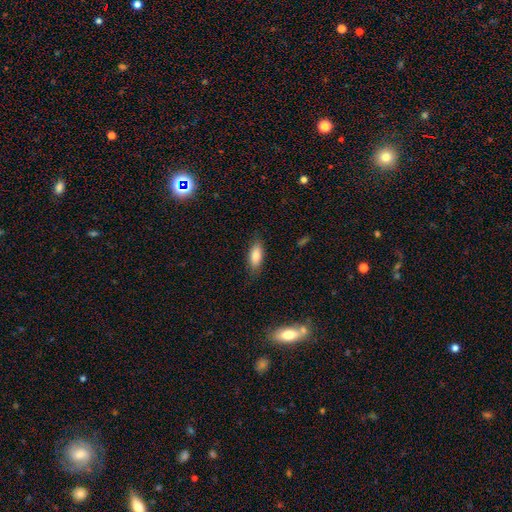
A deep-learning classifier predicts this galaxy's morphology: This is clearly a smooth galaxy (84%). How rounded: likely in between (78%). Merging: clearly none (82%).